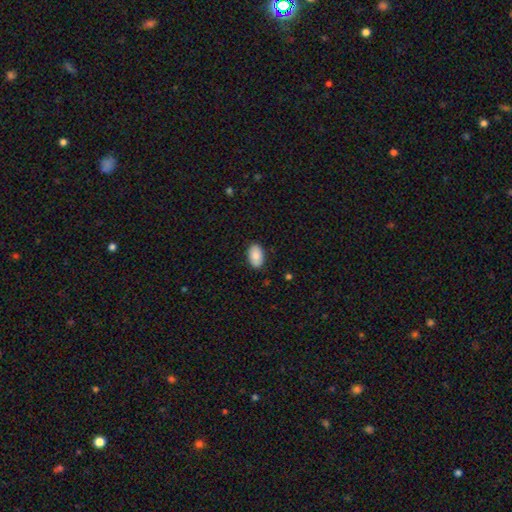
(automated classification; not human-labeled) A smooth galaxy with no disk features (83%) that is in between round and cigar-shaped (92%).

Vote fractions:
- Smooth or featured? smooth: 83% / featured or disk: 11% / star or artifact: 7%
- How rounded? in between: 92% / round: 7% / cigar-shaped: 1%
- Merging? none: 87% / minor disturbance: 10% / major disturbance: 2% / merger: 1%